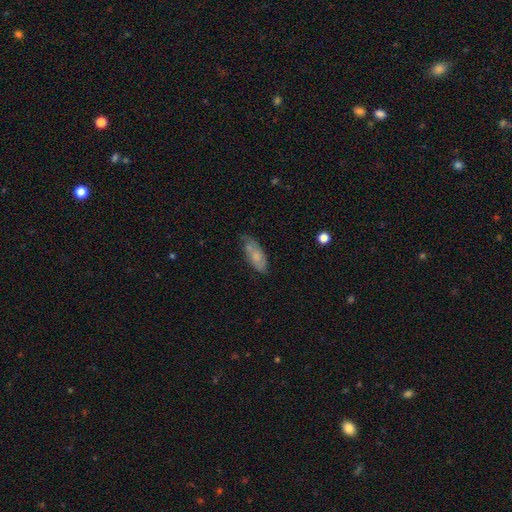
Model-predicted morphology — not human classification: Overall: smooth (62%; featured or disk 31%). How rounded: in between (79%). Merging: none (56%; minor disturbance 31%).